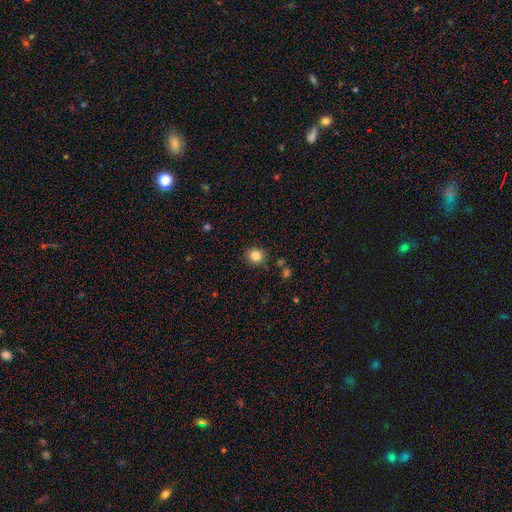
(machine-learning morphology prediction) smooth-or-featured: smooth: 83% | star or artifact: 11% | featured or disk: 5%
  how-rounded: round: 86% | in between: 13% | cigar-shaped: 1%
  merging: none: 87% | minor disturbance: 8% | major disturbance: 2% | merger: 2%